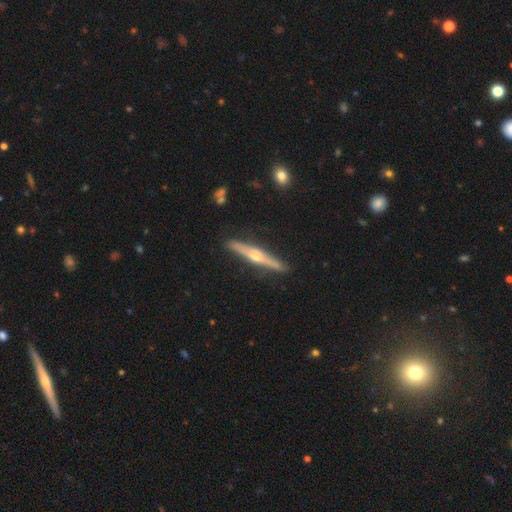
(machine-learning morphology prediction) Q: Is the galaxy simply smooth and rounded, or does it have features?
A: featured or disk — 76%.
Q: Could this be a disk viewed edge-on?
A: yes — 98%.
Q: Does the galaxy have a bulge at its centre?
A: rounded — 91%.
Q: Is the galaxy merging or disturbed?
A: none — 90%.